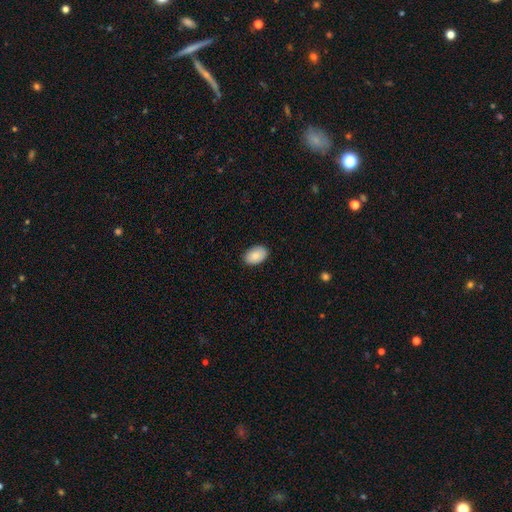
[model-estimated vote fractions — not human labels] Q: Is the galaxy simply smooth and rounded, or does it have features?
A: smooth — 85%.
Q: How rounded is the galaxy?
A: in between — 89%.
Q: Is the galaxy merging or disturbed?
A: none — 88%.